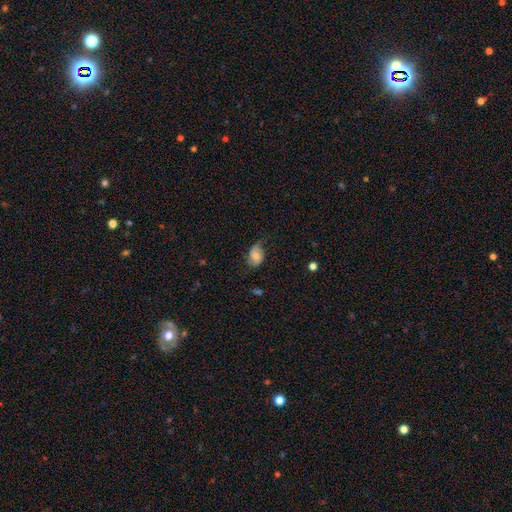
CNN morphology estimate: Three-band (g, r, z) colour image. It shows a smooth galaxy with no disk features (63%) that is in between round and cigar-shaped (76%). Merging: none (47%).